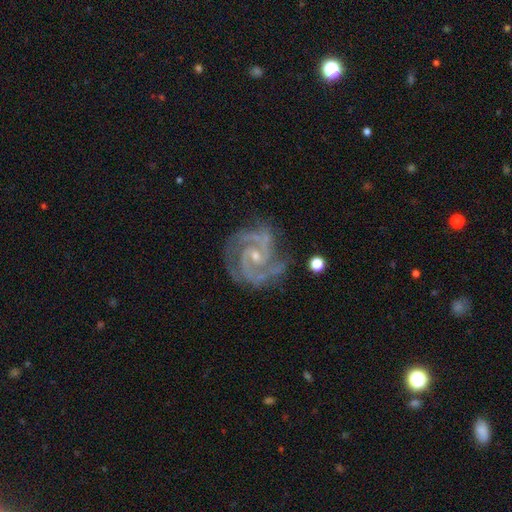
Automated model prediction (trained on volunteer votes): A featured or disk galaxy (93%) with no bar (49%), 2 (58%) tight (48%) spiral arms (99%) and a small central bulge (73%).

Vote fractions:
- Smooth or featured? featured or disk: 93% / star or artifact: 5% / smooth: 2%
- Edge-on disk? no: 98% / yes: 2%
- Bar? no: 49% / weak: 38% / strong: 13%
- Spiral arms? yes: 99% / no: 1%
- Spiral winding? tight: 48% / medium: 47% / loose: 6%
- Spiral arm count? 2: 58% / 3: 26% / can't tell: 5% / 4: 5% / 1: 3% / more than 4: 3%
- Bulge size? small: 73% / moderate: 23% / none: 2% / large: 1% / dominant: 1%
- Merging? none: 72% / minor disturbance: 19% / major disturbance: 7% / merger: 2%